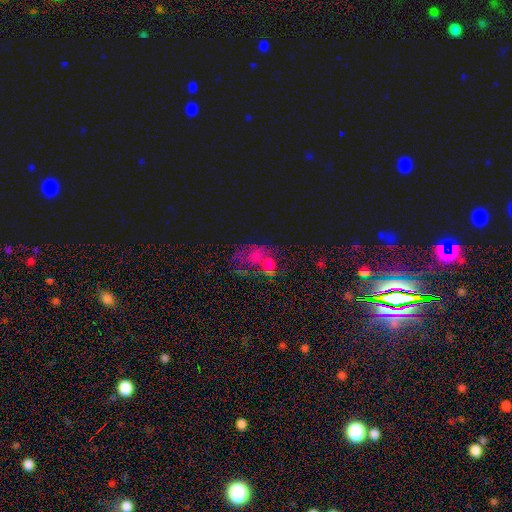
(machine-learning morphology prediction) The model was most divided on "smooth or featured": star or artifact: 39%, smooth: 32%, featured or disk: 29%.